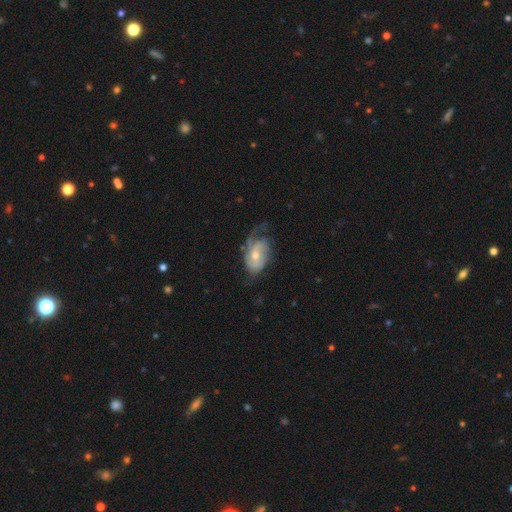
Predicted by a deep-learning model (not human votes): A featured or disk galaxy (77%) with no bar (65%), 2 (42%) medium (39%) spiral arms (90%) and a moderate central bulge (63%). Merging: none (45%).